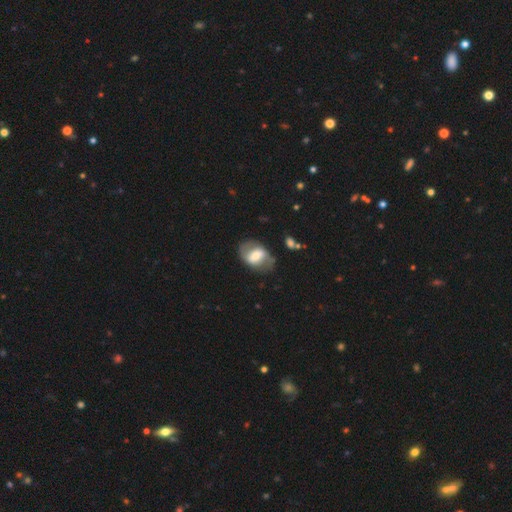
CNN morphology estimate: Smooth or featured?
  - featured or disk: 53% *
  - smooth: 40%
  - star or artifact: 7%
Edge-on disk?
  - no: 94% *
  - yes: 6%
Merging?
  - none: 67% *
  - minor disturbance: 19%
  - major disturbance: 11%
  - merger: 3%